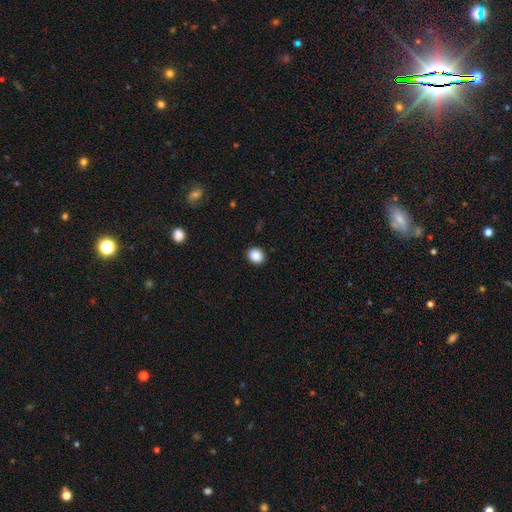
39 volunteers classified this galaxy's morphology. This appears to be a smooth galaxy with no disk features (90%) that is round (69%). Merging: none (89%).